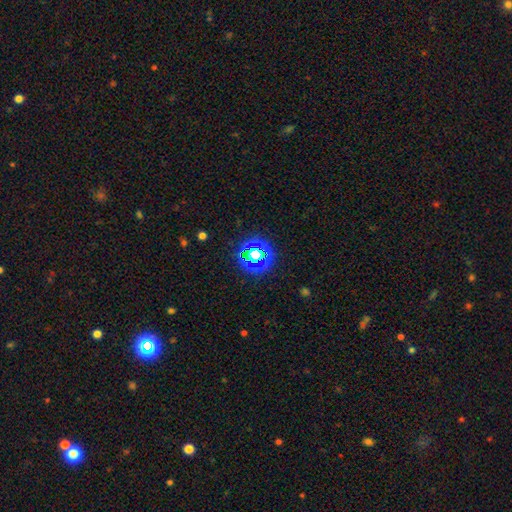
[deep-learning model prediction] This appears to be a star or artifact, not a galaxy (66%).